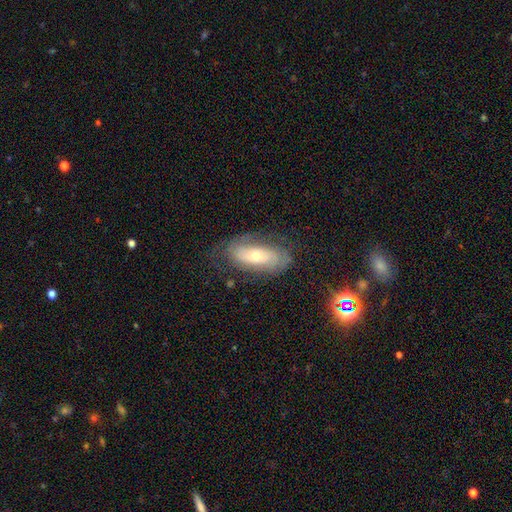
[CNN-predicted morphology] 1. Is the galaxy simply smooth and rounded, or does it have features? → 58% featured or disk, 33% smooth, 9% star or artifact.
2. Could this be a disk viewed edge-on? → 86% no, 14% yes.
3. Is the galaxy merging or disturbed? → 67% none, 20% minor disturbance, 11% major disturbance, 2% merger.